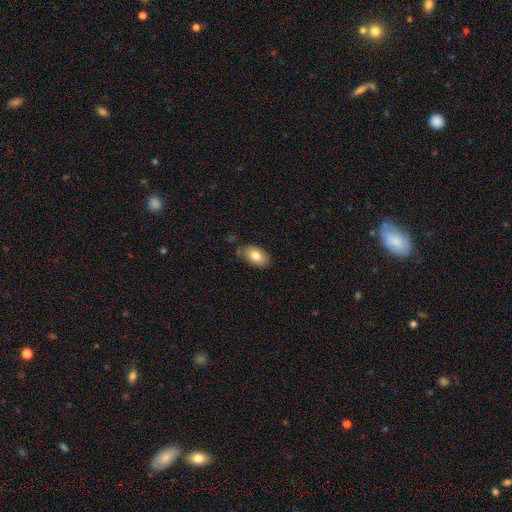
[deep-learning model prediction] Smooth or featured?
  - smooth: 80% *
  - featured or disk: 13%
  - star or artifact: 7%
How rounded?
  - in between: 91% *
  - round: 8%
  - cigar-shaped: 1%
Merging?
  - none: 75% *
  - minor disturbance: 18%
  - major disturbance: 3%
  - merger: 3%